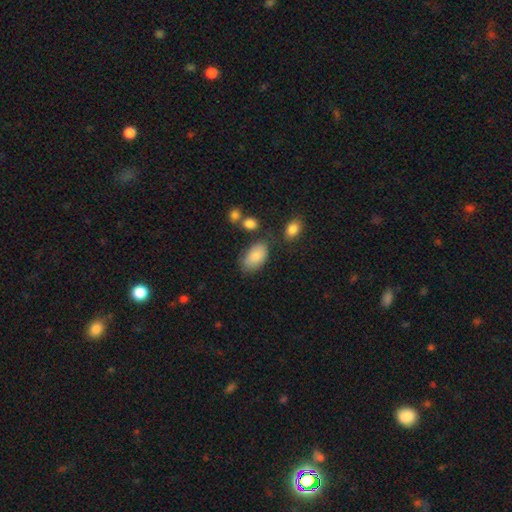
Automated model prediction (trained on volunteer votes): This appears to be a smooth galaxy with no disk features (86%) that is in between round and cigar-shaped (94%). Merging: none (67%).